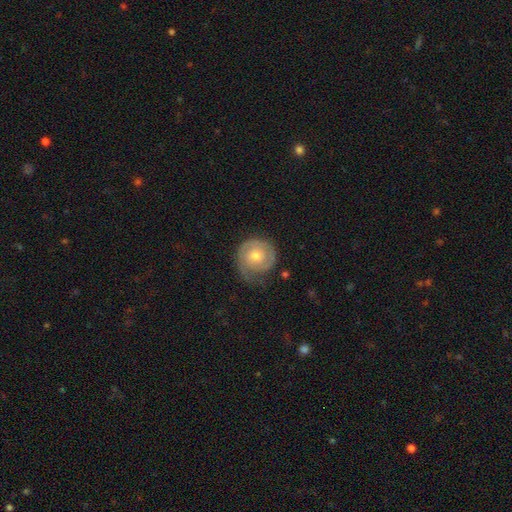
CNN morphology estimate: Overall: featured or disk (75%). Edge-on disk: no (98%). Bar: no (77%). Spiral arms: yes (92%). Spiral arm count: 2 (44%; 1 30%). Spiral winding: tight (70%). Bulge size: moderate (58%; small 36%). Merging: none (65%).